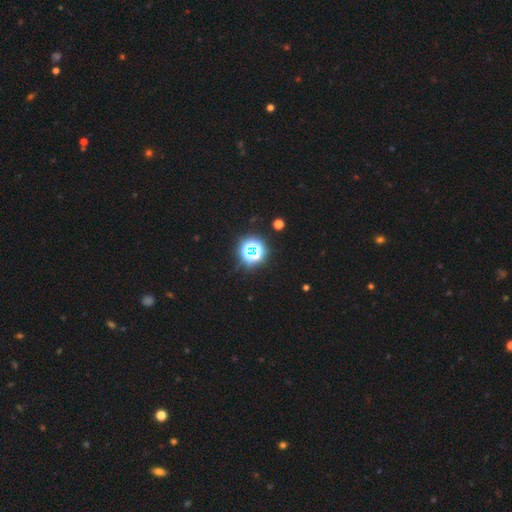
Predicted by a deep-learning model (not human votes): smooth-or-featured: star or artifact: 71% | smooth: 20% | featured or disk: 9%